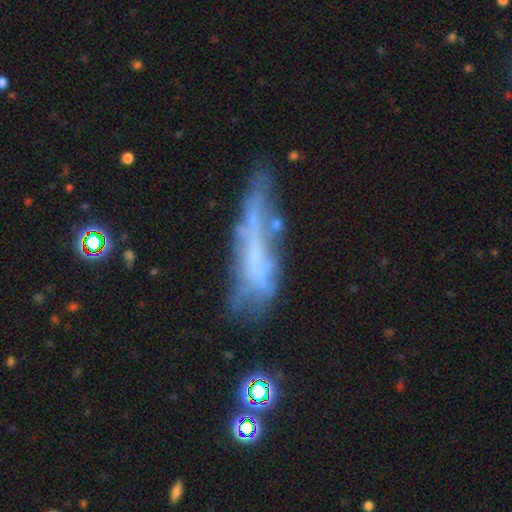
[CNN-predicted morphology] featured or disk 54%, smooth 33%, star or artifact 13%. Down the decision tree: edge-on disk — no (56%); merging — none (40%).